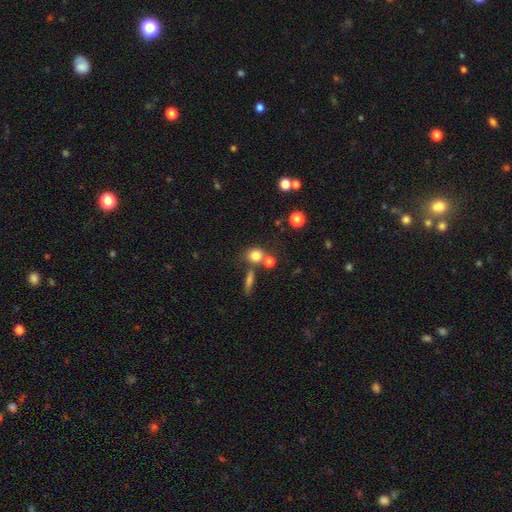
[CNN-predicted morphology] The model was most divided on "merging": none: 58%, merger: 26%, minor disturbance: 10%, major disturbance: 5%. More confident: how rounded — round (80%); smooth or featured — smooth (78%).